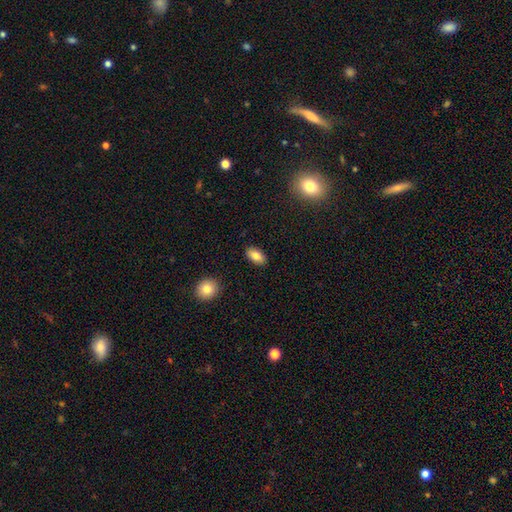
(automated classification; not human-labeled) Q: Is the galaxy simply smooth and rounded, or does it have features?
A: smooth — 83%.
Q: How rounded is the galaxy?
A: in between — 92%.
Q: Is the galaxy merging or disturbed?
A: none — 89%.